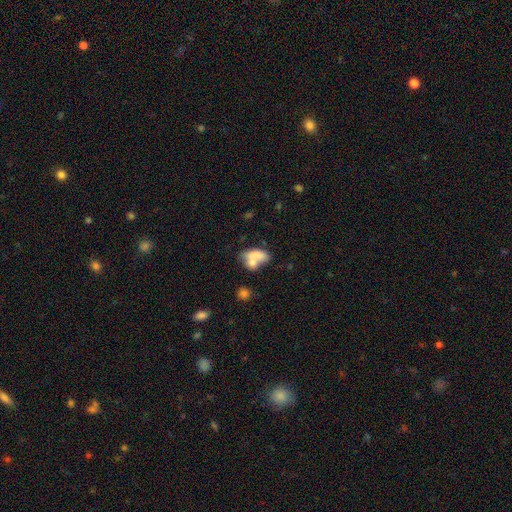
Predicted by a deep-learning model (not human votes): This is likely a smooth galaxy (72%). How rounded: clearly in between (83%). Merging: possibly merger (50%).